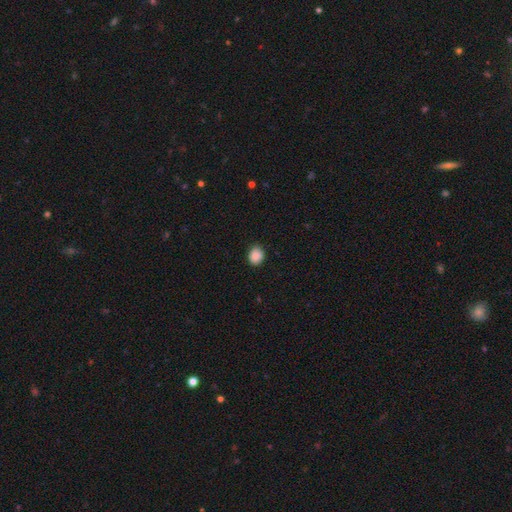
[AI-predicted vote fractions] A smooth galaxy with no disk features (89%) that is round (50%). Merging: none (84%).